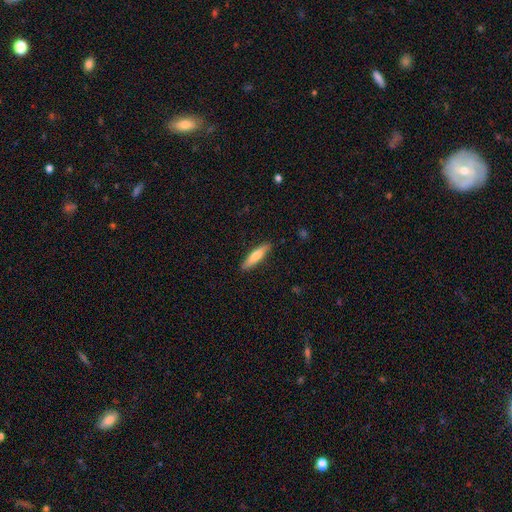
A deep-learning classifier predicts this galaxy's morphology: A smooth galaxy with no disk features (74%) that is cigar-shaped (80%). Merging: none (88%).